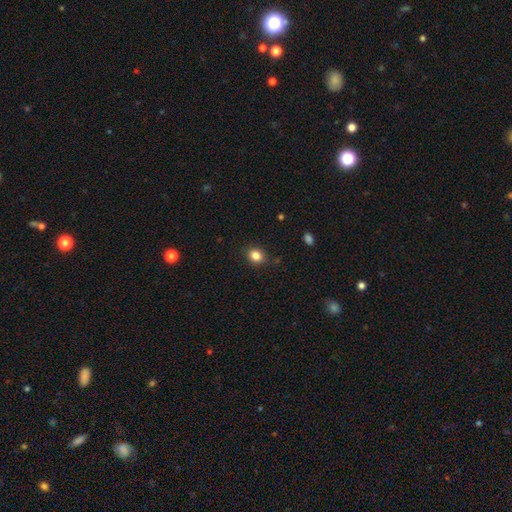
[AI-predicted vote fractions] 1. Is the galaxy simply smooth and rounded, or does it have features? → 84% smooth, 11% star or artifact, 5% featured or disk.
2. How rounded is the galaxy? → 58% round, 41% in between, 1% cigar-shaped.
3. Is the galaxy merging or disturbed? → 87% none, 10% minor disturbance, 2% major disturbance, 1% merger.